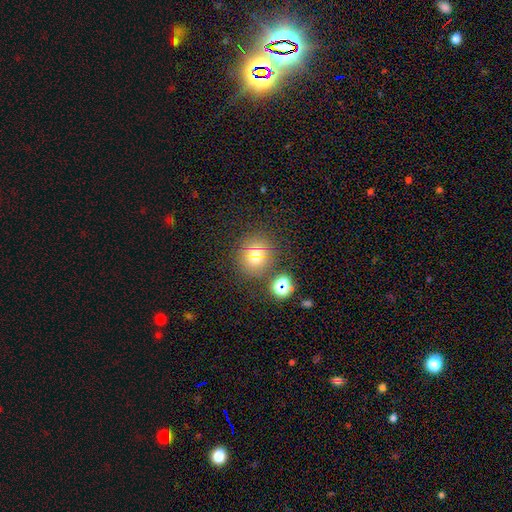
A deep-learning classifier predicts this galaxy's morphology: This is likely a smooth galaxy (66%). How rounded: clearly round (85%). Merging: likely none (73%).